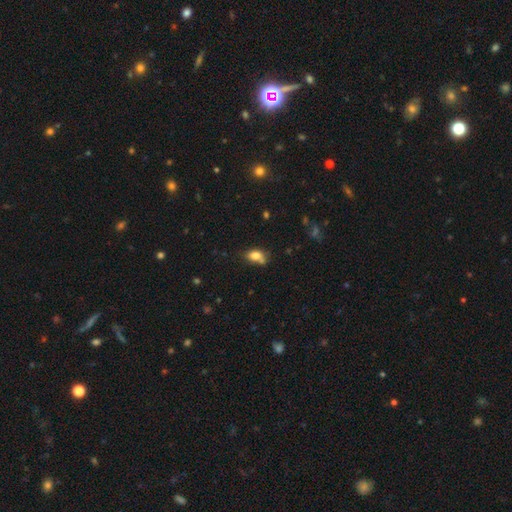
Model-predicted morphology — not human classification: A smooth galaxy with no disk features (79%) that is in between round and cigar-shaped (80%).

Vote fractions:
- Smooth or featured? smooth: 79% / featured or disk: 11% / star or artifact: 10%
- How rounded? in between: 80% / round: 18% / cigar-shaped: 3%
- Merging? none: 45% / merger: 25% / minor disturbance: 22% / major disturbance: 7%